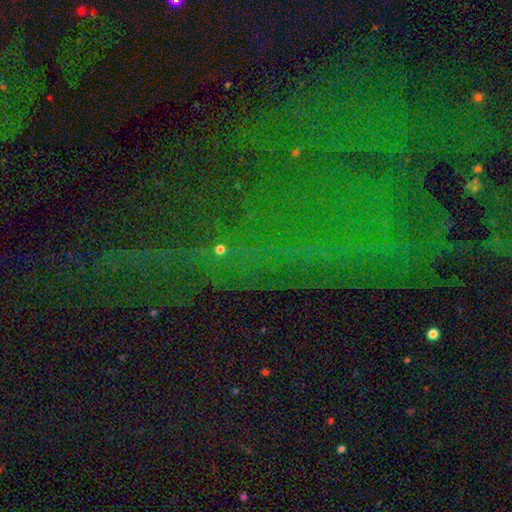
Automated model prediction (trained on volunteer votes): This appears to be a star or artifact, not a galaxy (79%).